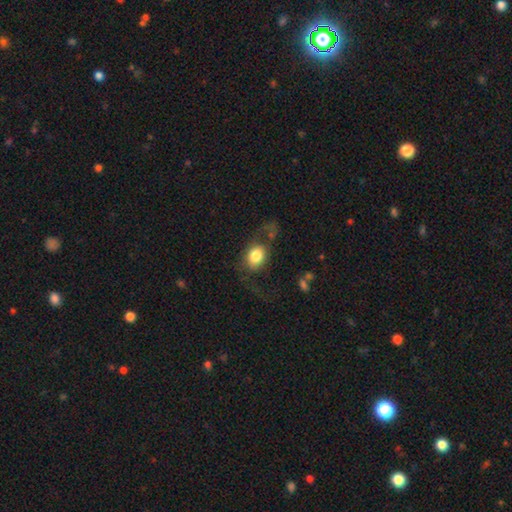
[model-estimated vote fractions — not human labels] Smooth or featured? smooth (75%)
How rounded? in between (52%)
Merging? none (40%)